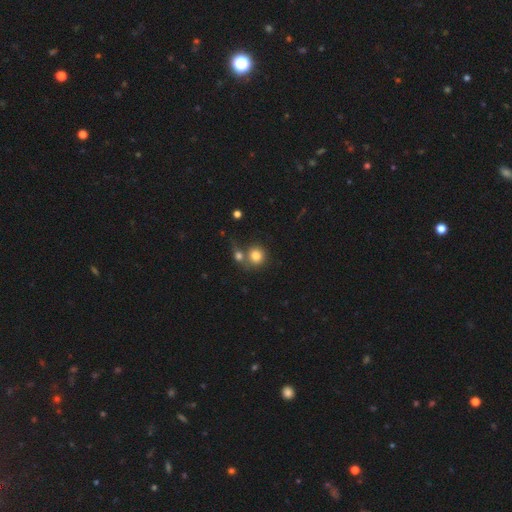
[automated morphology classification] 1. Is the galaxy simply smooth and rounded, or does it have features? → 81% smooth, 10% star or artifact, 9% featured or disk.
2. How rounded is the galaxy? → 87% round, 12% in between, 1% cigar-shaped.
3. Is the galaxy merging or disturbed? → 50% none, 36% merger, 9% minor disturbance, 5% major disturbance.